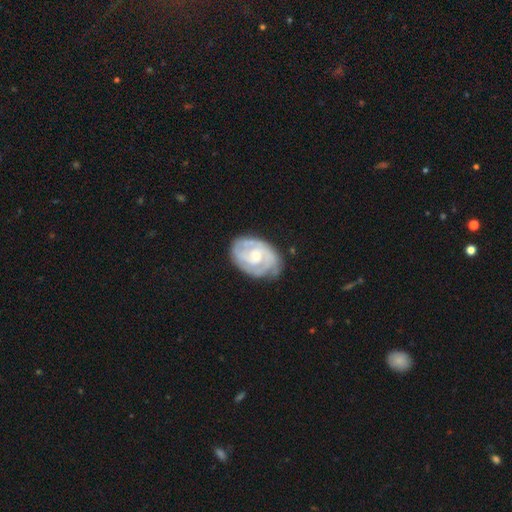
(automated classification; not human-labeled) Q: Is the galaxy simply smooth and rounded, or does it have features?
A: featured or disk — 82%.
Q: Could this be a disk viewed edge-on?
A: no — 97%.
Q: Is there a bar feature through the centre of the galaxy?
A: no — 68%.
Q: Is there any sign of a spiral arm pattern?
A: yes — 91%.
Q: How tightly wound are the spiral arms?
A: tight — 65%.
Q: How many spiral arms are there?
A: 2 — 42%.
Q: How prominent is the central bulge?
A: small — 50%.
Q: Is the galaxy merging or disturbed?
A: none — 69%.